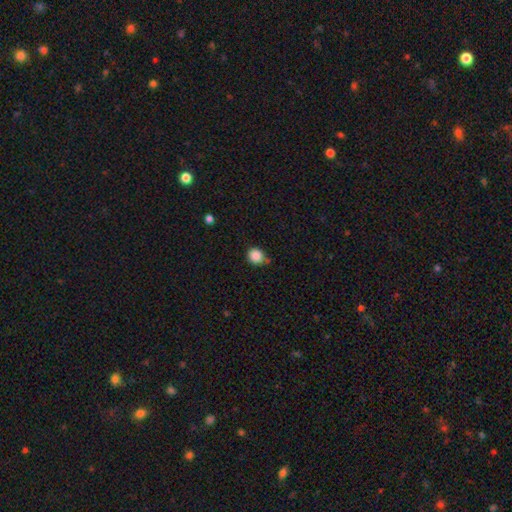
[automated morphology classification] Q: Smooth or featured?
A: smooth (87%); runner-up: star or artifact (10%)
Q: How rounded?
A: round (83%); runner-up: in between (16%)
Q: Merging?
A: none (67%); runner-up: minor disturbance (22%)